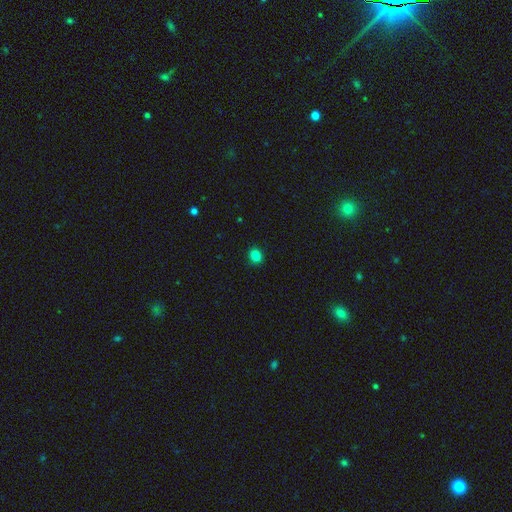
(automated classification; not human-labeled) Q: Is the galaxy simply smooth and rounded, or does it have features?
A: smooth — 84%.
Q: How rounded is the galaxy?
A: round — 63%.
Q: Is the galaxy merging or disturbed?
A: none — 91%.